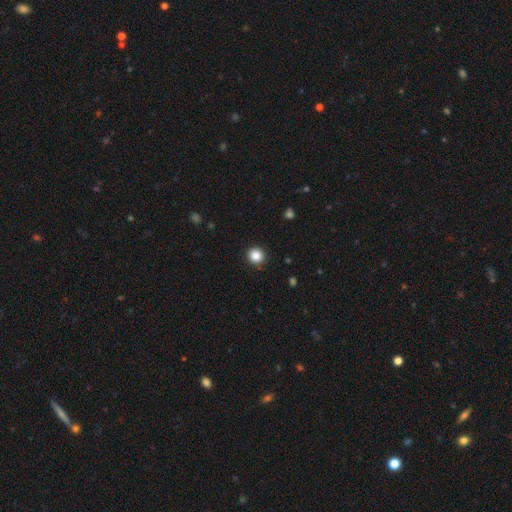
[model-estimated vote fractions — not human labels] Smooth or featured? smooth (85%)
How rounded? round (95%)
Merging? none (92%)